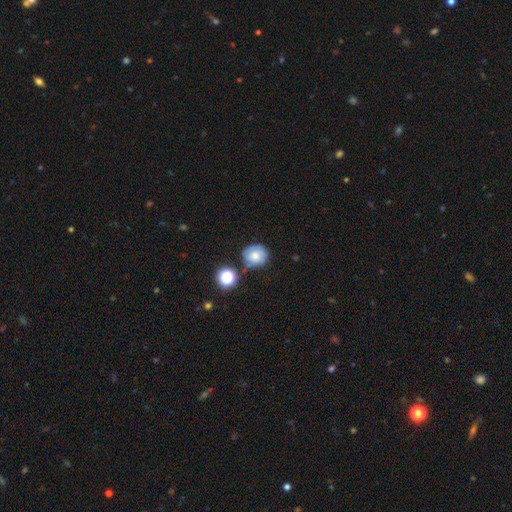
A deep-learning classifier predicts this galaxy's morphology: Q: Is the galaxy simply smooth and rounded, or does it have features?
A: smooth — 52%.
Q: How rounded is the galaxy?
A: round — 78%.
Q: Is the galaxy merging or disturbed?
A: none — 64%.